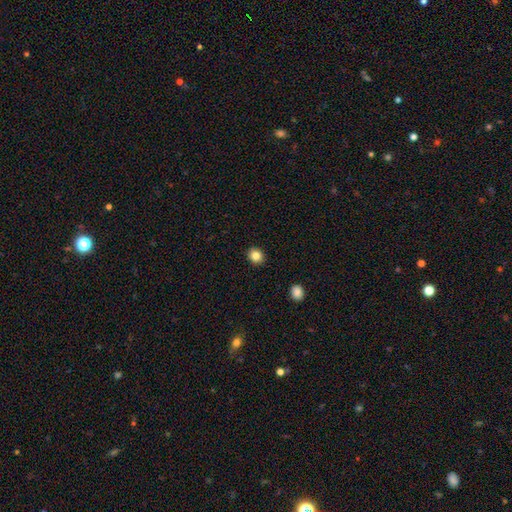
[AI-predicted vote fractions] Smooth or featured? Predicted: smooth (p=0.84). How rounded? Predicted: round (p=0.76). Merging? Predicted: none (p=0.92).